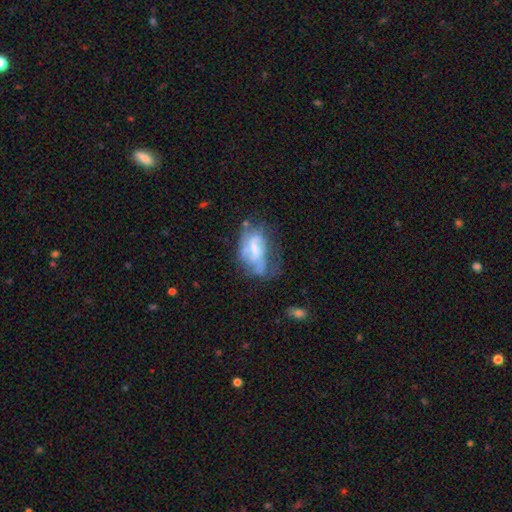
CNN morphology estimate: Smooth or featured? featured or disk (62%)
Edge-on disk? no (96%)
Bar? weak (43%)
Spiral arms? yes (55%)
Bulge size? small (40%)
Merging? major disturbance (37%)